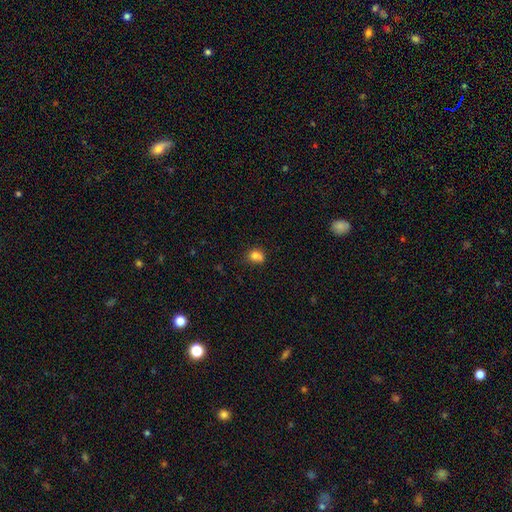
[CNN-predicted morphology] Overall: smooth (77%). How rounded: round (65%; in between 34%). Merging: none (44%; merger 30%).